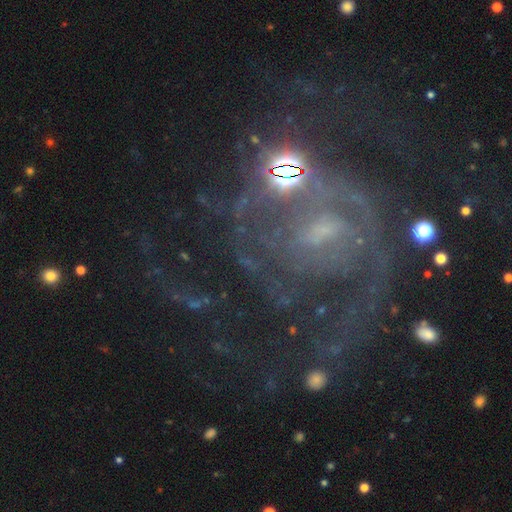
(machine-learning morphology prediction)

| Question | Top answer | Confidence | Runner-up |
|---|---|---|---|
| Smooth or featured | featured or disk | 82% | star or artifact (11%) |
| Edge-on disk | no | 98% | yes (2%) |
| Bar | weak | 47% | no (36%) |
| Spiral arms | yes | 91% | no (9%) |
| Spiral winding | medium | 43% | tight (39%) |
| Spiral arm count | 2 | 38% | can't tell (28%) |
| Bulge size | small | 55% | moderate (23%) |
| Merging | none | 49% | major disturbance (26%) |